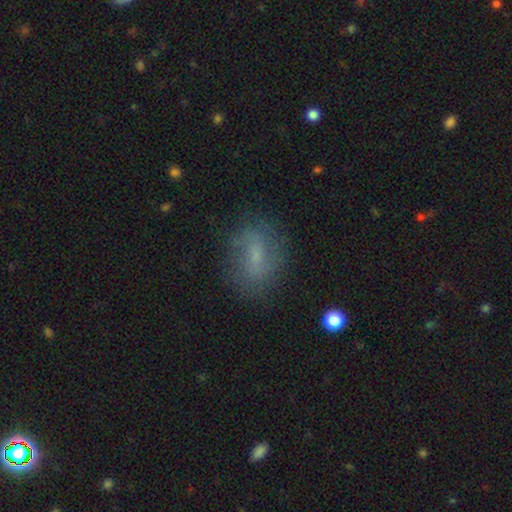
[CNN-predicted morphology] smooth_or_featured: smooth (p=0.53) [alt: featured or disk p=0.36]
how_rounded: in between (p=0.73) [alt: round p=0.21]
merging: none (p=0.76) [alt: minor disturbance p=0.16]